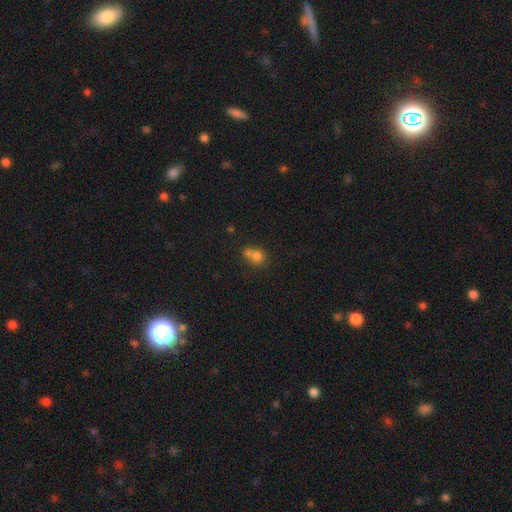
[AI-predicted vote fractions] The model was most divided on "merging": merger: 54%, none: 34%, minor disturbance: 9%, major disturbance: 4%. More confident: smooth or featured — smooth (75%); how rounded — round (70%).